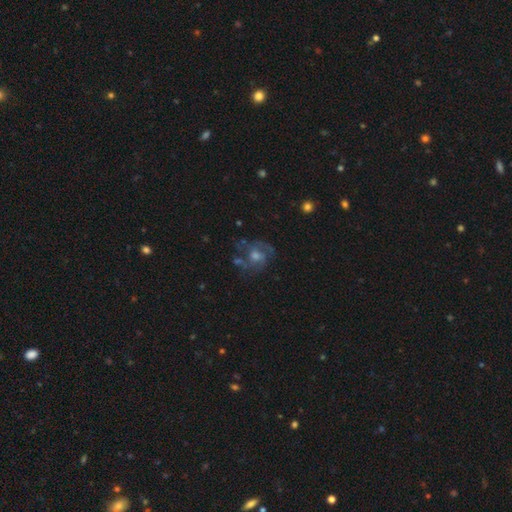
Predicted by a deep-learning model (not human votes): Smooth or featured: featured or disk — 70% (smooth — 16%)
Edge-on disk: no — 97% (yes — 3%)
Bar: no — 68% (weak — 27%)
Spiral arms: yes — 83% (no — 17%)
Spiral winding: medium — 50% (tight — 31%)
Spiral arm count: 2 — 32% (can't tell — 28%)
Bulge size: moderate — 58% (small — 22%)
Merging: none — 63% (minor disturbance — 17%)